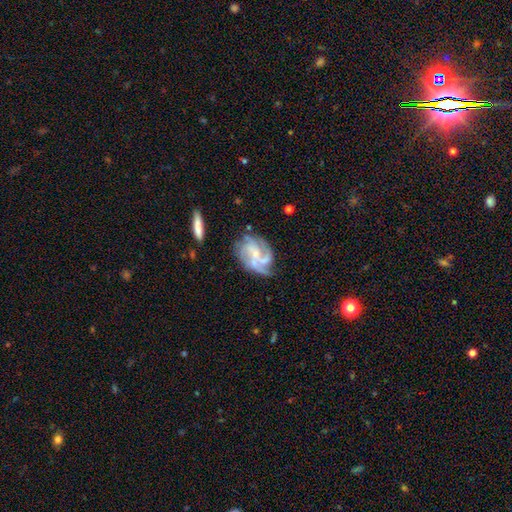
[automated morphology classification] Smooth or featured: featured or disk — 82% (smooth — 11%)
Edge-on disk: no — 97% (yes — 3%)
Bar: no — 58% (weak — 33%)
Spiral arms: yes — 94% (no — 6%)
Spiral winding: medium — 45% (tight — 35%)
Spiral arm count: 3 — 39% (4 — 19%)
Bulge size: small — 60% (moderate — 24%)
Merging: none — 57% (minor disturbance — 21%)